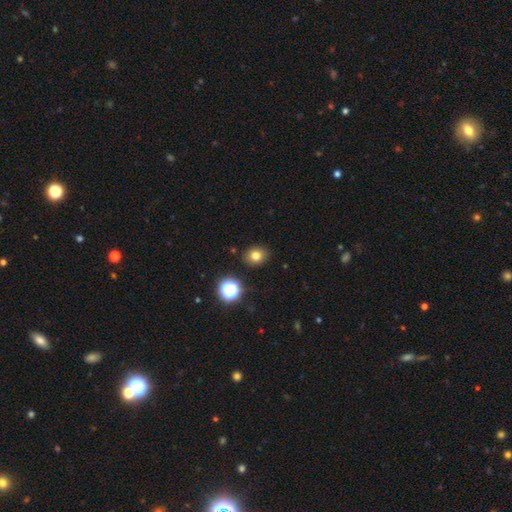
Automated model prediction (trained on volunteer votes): This is likely a smooth galaxy (78%). How rounded: likely round (64%). Merging: clearly none (87%).